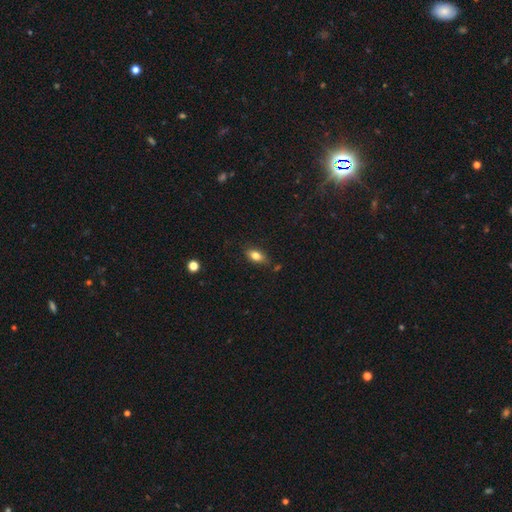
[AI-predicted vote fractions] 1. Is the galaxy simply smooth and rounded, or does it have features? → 78% smooth, 13% featured or disk, 9% star or artifact.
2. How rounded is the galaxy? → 84% in between, 8% cigar-shaped, 8% round.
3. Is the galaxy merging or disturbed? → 77% none, 17% minor disturbance, 3% major disturbance, 3% merger.